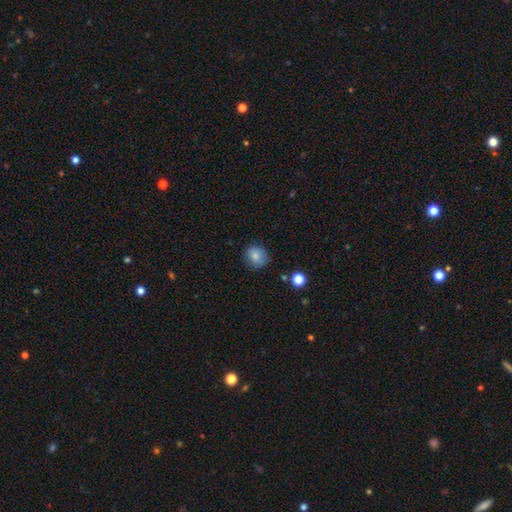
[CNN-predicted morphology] This is clearly a smooth galaxy (81%). How rounded: likely round (74%). Merging: clearly none (80%).